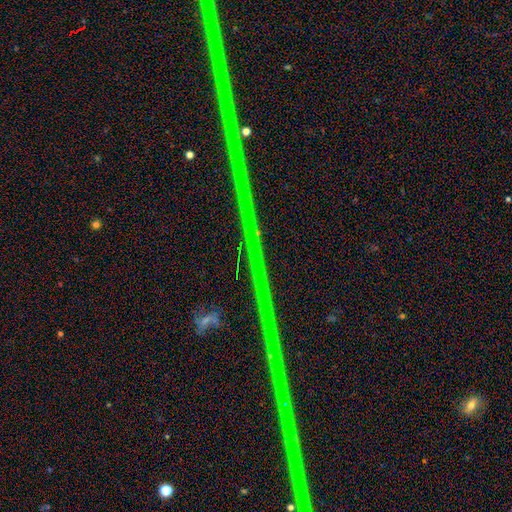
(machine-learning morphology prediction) Smooth or featured?
  - star or artifact: 88% *
  - featured or disk: 7%
  - smooth: 4%